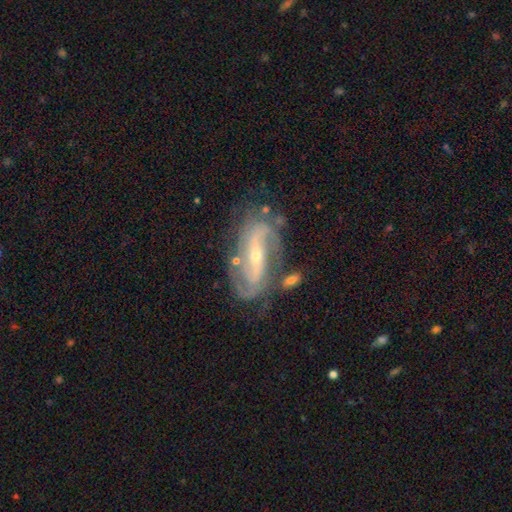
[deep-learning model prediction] This is clearly a featured or disk galaxy (88%). It is clearly not viewed edge-on (94%). Bar: marginally strong (45%). Spiral arm pattern: clearly yes (95%). Spiral arm count: likely 2 (77%). Spiral winding: marginally medium (43%). Central bulge: likely small (69%). Merging: likely none (63%).